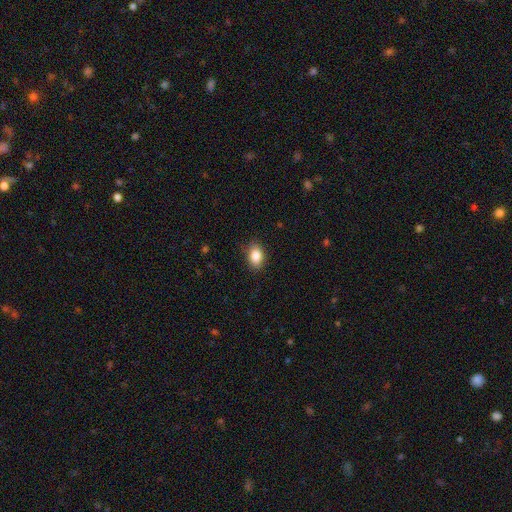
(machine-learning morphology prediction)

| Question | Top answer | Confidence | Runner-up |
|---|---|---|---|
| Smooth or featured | smooth | 86% | star or artifact (9%) |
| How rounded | in between | 79% | round (20%) |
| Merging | none | 85% | minor disturbance (11%) |